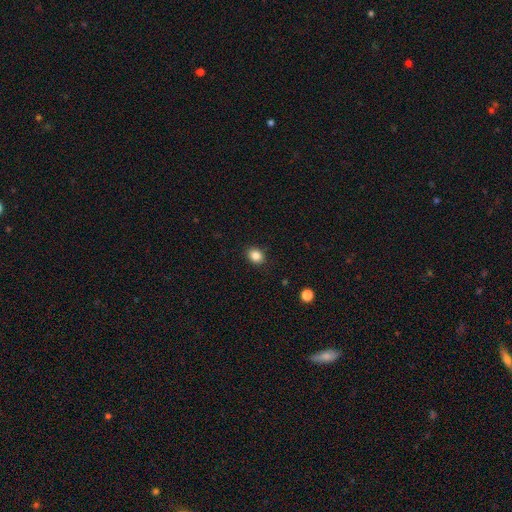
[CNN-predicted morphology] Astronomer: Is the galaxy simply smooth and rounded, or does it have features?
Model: smooth — 85%.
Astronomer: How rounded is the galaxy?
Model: round — 55% (runner-up: in between, 44%).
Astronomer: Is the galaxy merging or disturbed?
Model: none — 89%.